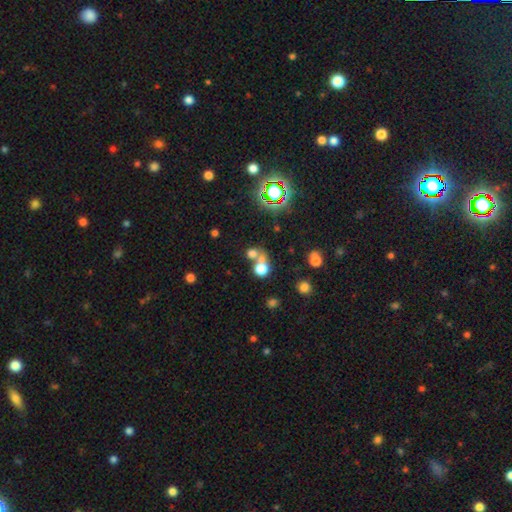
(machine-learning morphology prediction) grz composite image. It shows a smooth galaxy with no disk features (62%) that is round (77%). Merging: merger (50%).